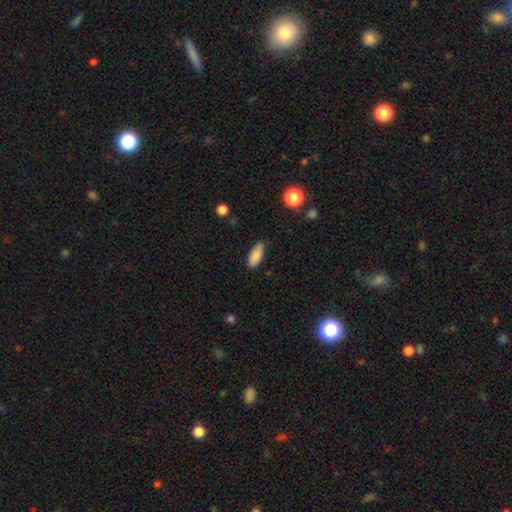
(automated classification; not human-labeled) Smooth or featured?
  - smooth: 87% *
  - star or artifact: 7%
  - featured or disk: 6%
How rounded?
  - in between: 82% *
  - cigar-shaped: 16%
  - round: 2%
Merging?
  - none: 79% *
  - minor disturbance: 17%
  - major disturbance: 3%
  - merger: 1%